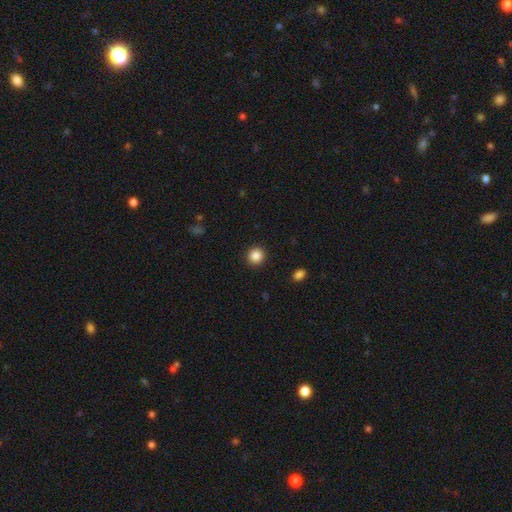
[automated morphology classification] A smooth galaxy with no disk features (86%) that is round (93%).

Vote fractions:
- Smooth or featured? smooth: 86% / star or artifact: 10% / featured or disk: 4%
- How rounded? round: 93% / in between: 6% / cigar-shaped: 1%
- Merging? none: 93% / minor disturbance: 5% / major disturbance: 2% / merger: 1%